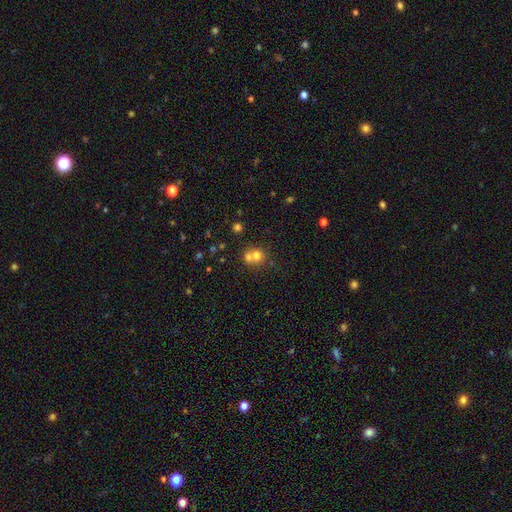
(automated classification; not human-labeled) Overall: smooth (68%). How rounded: round (82%). Merging: merger (55%; none 37%).